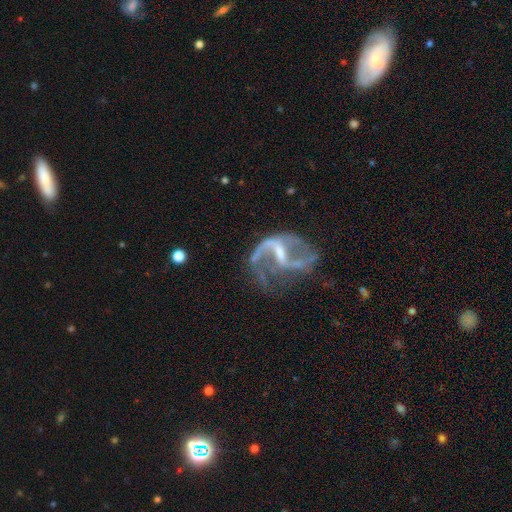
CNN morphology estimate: A featured or disk galaxy (87%) with a weak bar (43%, tied with strong), 2 (72%) loose (63%) spiral arms (87%) and a small central bulge (49%).

Vote fractions:
- Smooth or featured? featured or disk: 87% / star or artifact: 7% / smooth: 6%
- Edge-on disk? no: 97% / yes: 3%
- Bar? weak: 43% (tied) / strong: 43% (tied) / no: 15%
- Spiral arms? yes: 87% / no: 13%
- Spiral winding? loose: 63% / medium: 30% / tight: 7%
- Spiral arm count? 2: 72% / 1: 13% / can't tell: 8% / 3: 4% / 4: 2% / more than 4: 2%
- Bulge size? small: 49% / moderate: 30% / none: 18% / large: 2% / dominant: 1%
- Merging? none: 39% / major disturbance: 37% / minor disturbance: 19% / merger: 6%